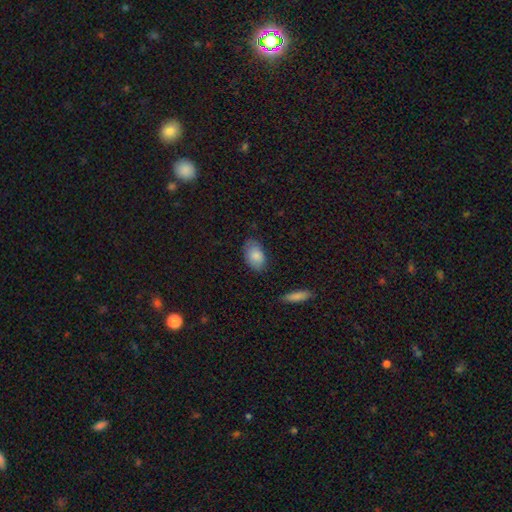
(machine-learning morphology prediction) Smooth or featured? Predicted: smooth (p=0.84). How rounded? Predicted: in between (p=0.91). Merging? Predicted: none (p=0.77).